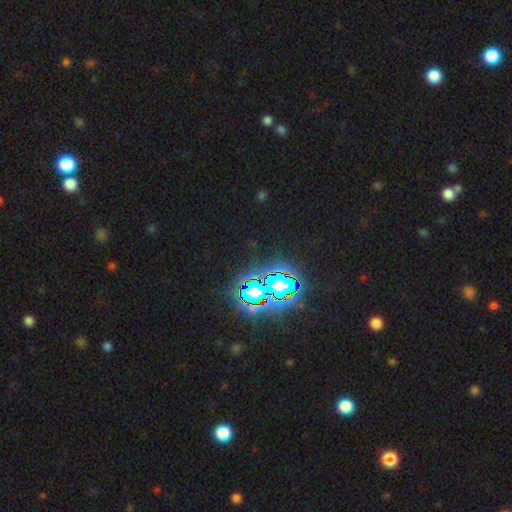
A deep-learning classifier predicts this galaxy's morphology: A star or artifact, not a galaxy (81%).